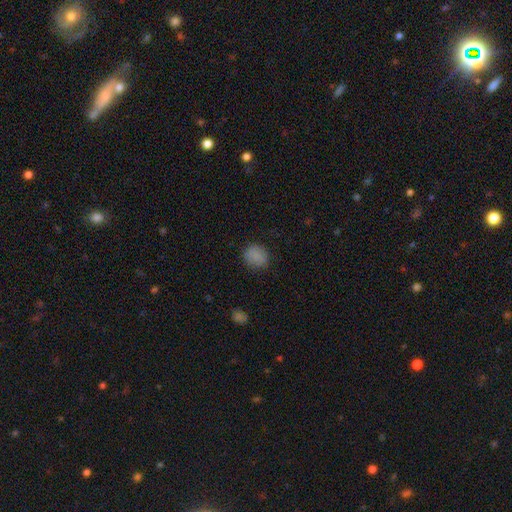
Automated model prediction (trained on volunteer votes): Morphology: type=smooth (85%); roundness=round (79%); merging=none (84%).